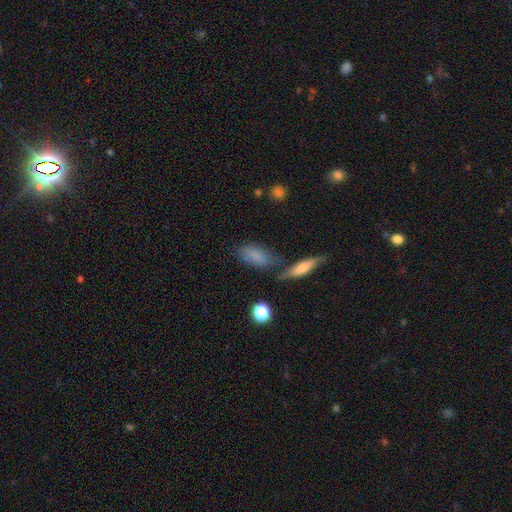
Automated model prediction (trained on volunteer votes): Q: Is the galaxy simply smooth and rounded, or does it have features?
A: smooth — 79%.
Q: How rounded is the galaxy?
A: in between — 81%.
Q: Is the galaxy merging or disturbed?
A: none — 57%.